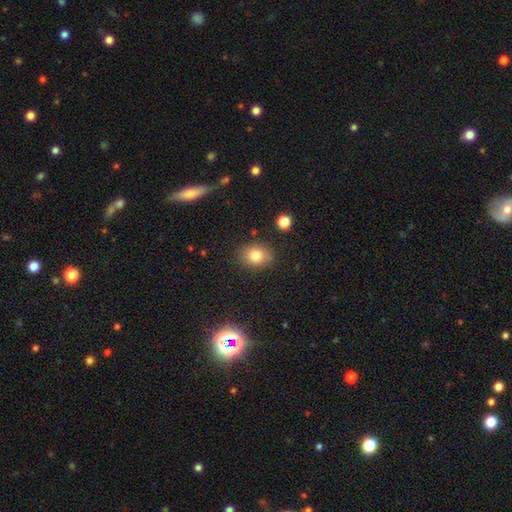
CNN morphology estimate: A smooth galaxy with no disk features (80%) that is round (52%). Merging: none (84%).